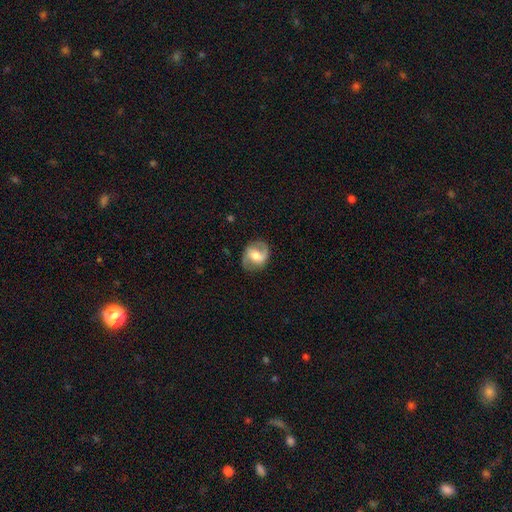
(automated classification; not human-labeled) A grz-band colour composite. It shows a featured or disk galaxy (64%) with a weak bar (43%), 2 (86%) medium (45%) spiral arms (81%) and a moderate central bulge (61%). Merging: none (78%).